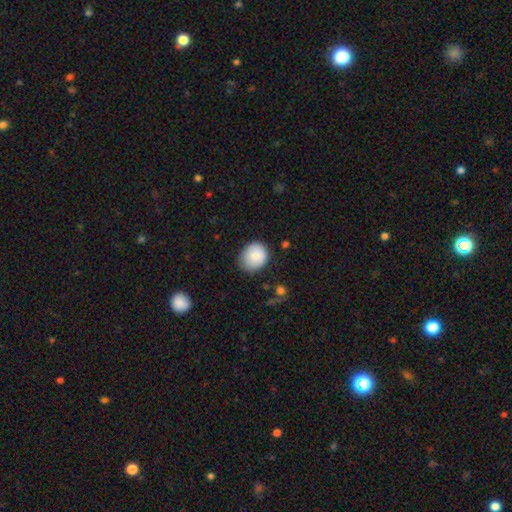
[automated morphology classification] Smooth or featured?
  - smooth: 83% *
  - featured or disk: 10%
  - star or artifact: 8%
How rounded?
  - round: 70% *
  - in between: 29%
  - cigar-shaped: 1%
Merging?
  - none: 71% *
  - minor disturbance: 23%
  - major disturbance: 4%
  - merger: 2%